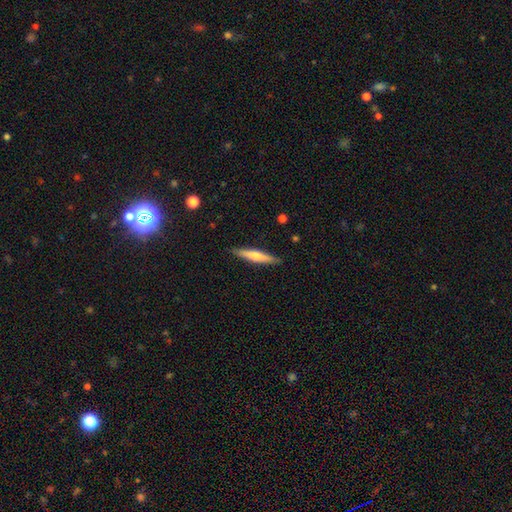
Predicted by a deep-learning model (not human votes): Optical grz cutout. It shows a smooth galaxy with no disk features (50%). Merging: none (90%).